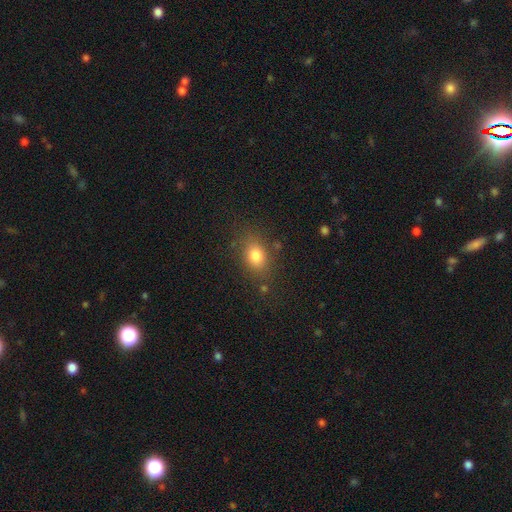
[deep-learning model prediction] A smooth galaxy with no disk features (80%) that is in between round and cigar-shaped (68%). Merging: none (78%).